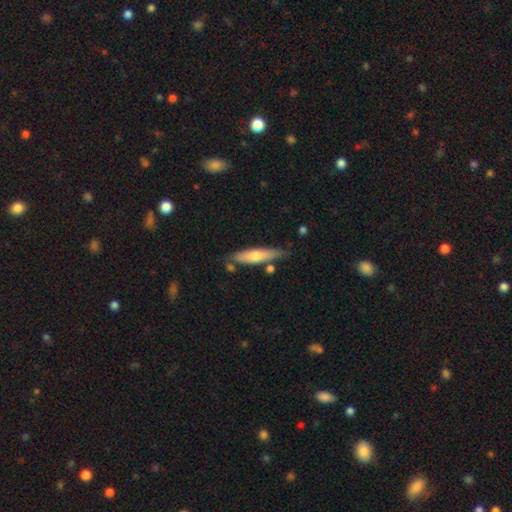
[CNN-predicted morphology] Smooth or featured? Predicted: smooth (p=0.60). How rounded? Predicted: cigar-shaped (p=0.75). Merging? Predicted: none (p=0.73).